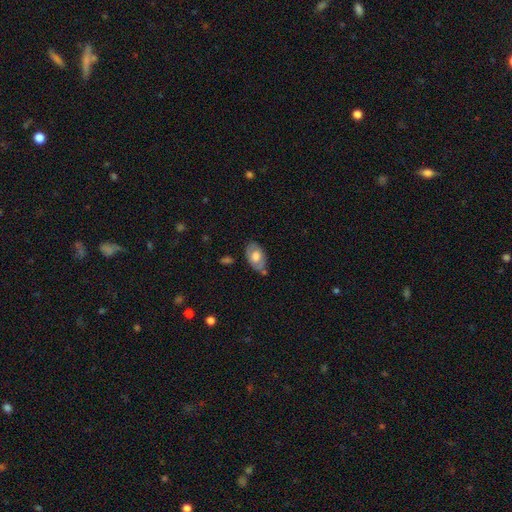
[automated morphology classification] Q: Smooth or featured?
A: smooth (60%); runner-up: featured or disk (34%)
Q: How rounded?
A: in between (91%); runner-up: round (8%)
Q: Merging?
A: none (61%); runner-up: minor disturbance (25%)